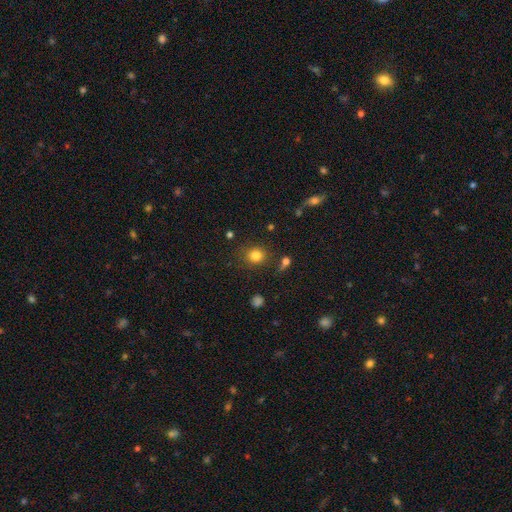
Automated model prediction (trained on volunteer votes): Smooth or featured: smooth — 81% (star or artifact — 13%)
How rounded: round — 79% (in between — 20%)
Merging: none — 80% (minor disturbance — 11%)